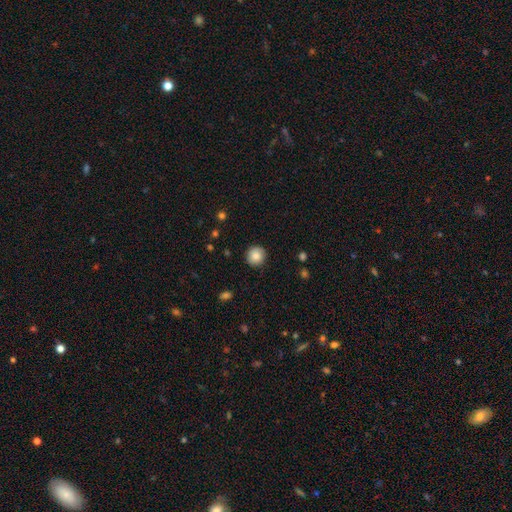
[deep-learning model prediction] Smooth or featured: smooth — 86% (star or artifact — 8%)
How rounded: round — 94% (in between — 5%)
Merging: none — 90% (minor disturbance — 7%)